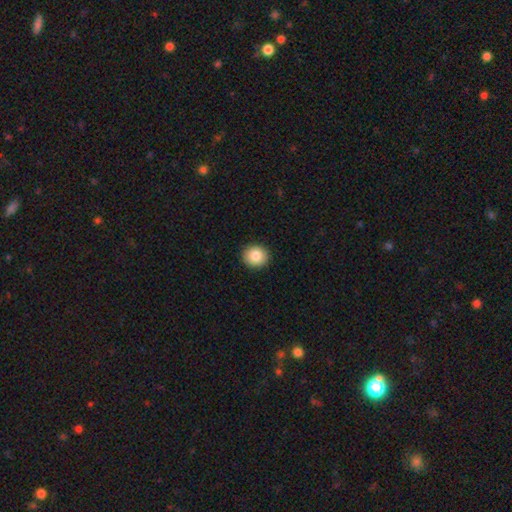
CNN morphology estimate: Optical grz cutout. It shows a smooth galaxy with no disk features (85%) that is round (83%). Merging: none (92%).